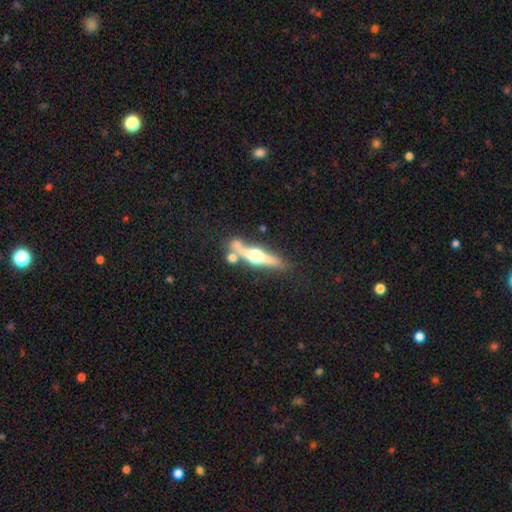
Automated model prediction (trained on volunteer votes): This appears to be a featured or disk galaxy (74%) viewed edge-on (94%) with a rounded central bulge (96%). Merging: none (63%).